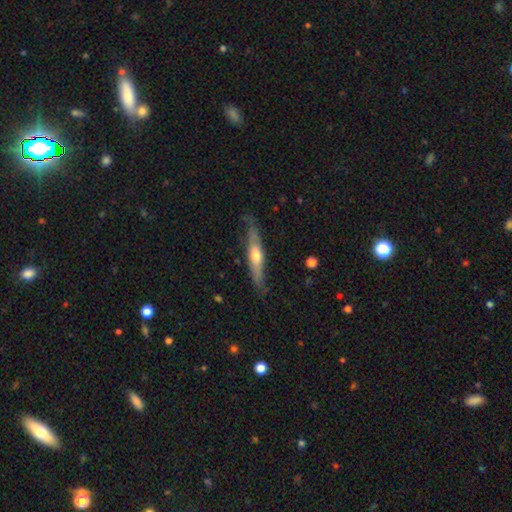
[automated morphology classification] Q: Smooth or featured?
A: featured or disk (55%); runner-up: smooth (39%)
Q: Edge-on disk?
A: yes (84%); runner-up: no (16%)
Q: Merging?
A: none (74%); runner-up: minor disturbance (20%)